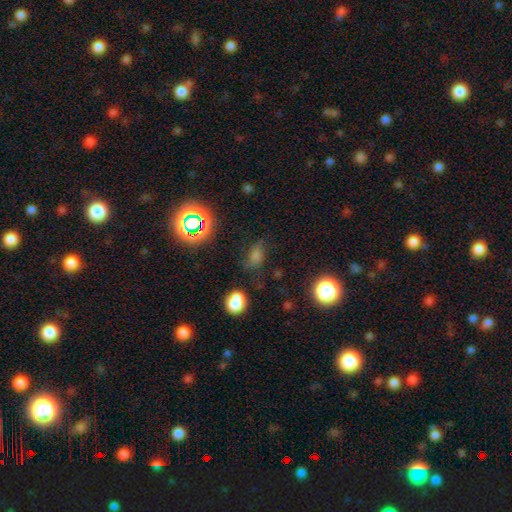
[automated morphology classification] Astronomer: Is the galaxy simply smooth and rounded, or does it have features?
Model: smooth — 53% (runner-up: star or artifact, 31%).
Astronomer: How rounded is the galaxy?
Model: in between — 71%.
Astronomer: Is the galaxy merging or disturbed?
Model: none — 61%.